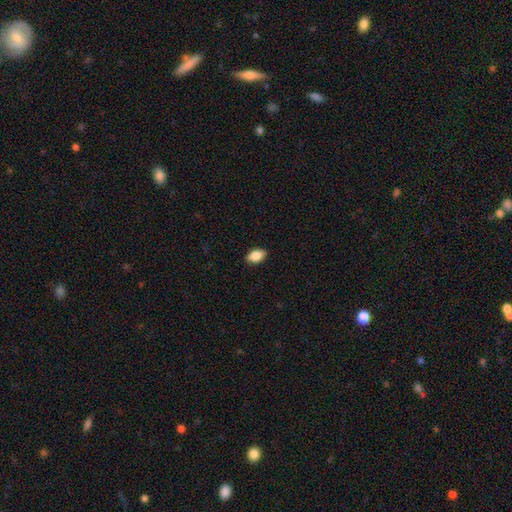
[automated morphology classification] smooth 85%, featured or disk 8%, star or artifact 7%. Down the decision tree: how rounded — in between (91%); merging — none (88%).